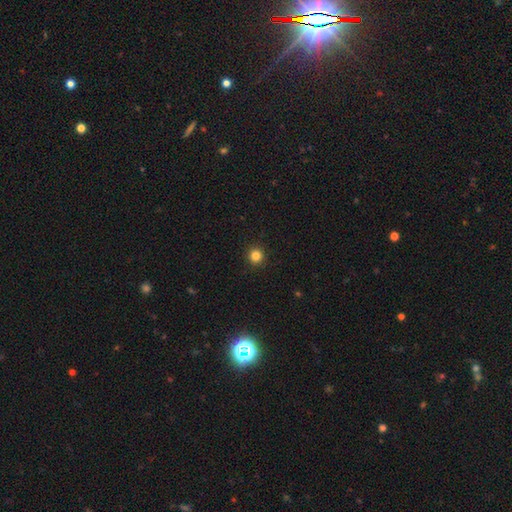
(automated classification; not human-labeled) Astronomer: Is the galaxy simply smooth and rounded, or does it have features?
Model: smooth — 83%.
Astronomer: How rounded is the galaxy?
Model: round — 95%.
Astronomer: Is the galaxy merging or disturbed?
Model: none — 93%.